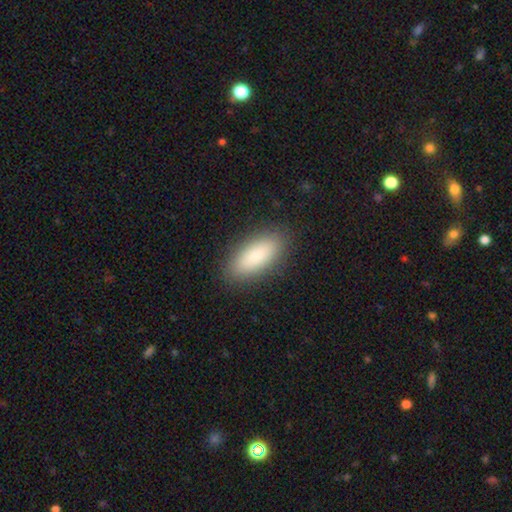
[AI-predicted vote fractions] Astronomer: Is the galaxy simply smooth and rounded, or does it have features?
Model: smooth — 86%.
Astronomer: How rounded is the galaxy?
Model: in between — 79%.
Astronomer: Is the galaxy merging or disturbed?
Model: none — 89%.